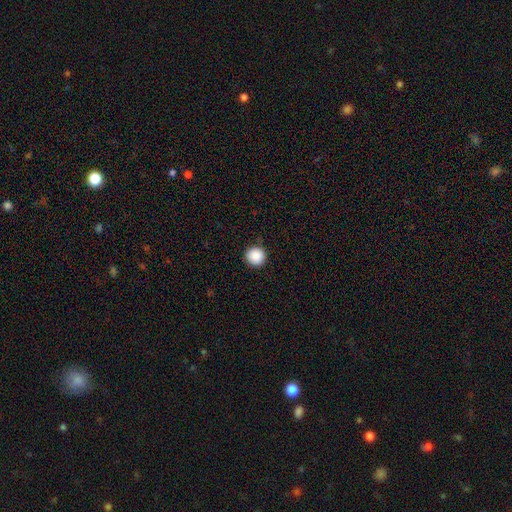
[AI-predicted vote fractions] Smooth or featured?
  - smooth: 89% *
  - star or artifact: 9%
  - featured or disk: 3%
How rounded?
  - round: 95% *
  - in between: 4%
  - cigar-shaped: 1%
Merging?
  - none: 90% *
  - minor disturbance: 8%
  - major disturbance: 2%
  - merger: 1%